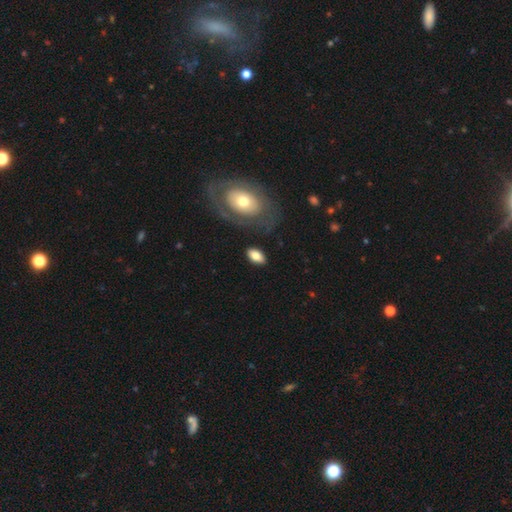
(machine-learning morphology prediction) Q: Smooth or featured?
A: smooth (77%); runner-up: featured or disk (16%)
Q: How rounded?
A: in between (91%); runner-up: round (6%)
Q: Merging?
A: none (82%); runner-up: minor disturbance (11%)